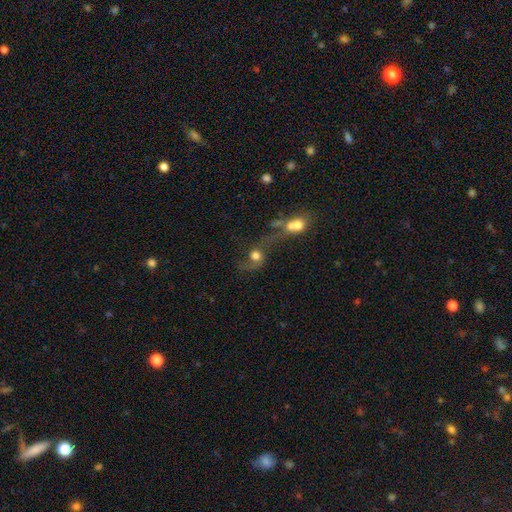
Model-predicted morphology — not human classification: smooth 49%, featured or disk 38%, star or artifact 13%. Down the decision tree: merging — merger (48%).